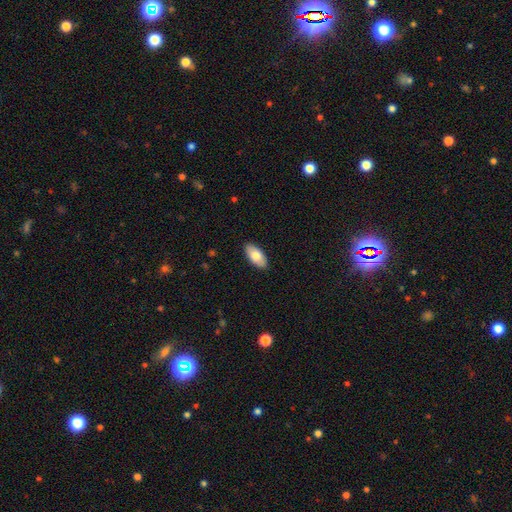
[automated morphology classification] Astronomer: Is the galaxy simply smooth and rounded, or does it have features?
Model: smooth — 76%.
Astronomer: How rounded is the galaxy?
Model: in between — 93%.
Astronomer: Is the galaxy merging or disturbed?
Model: none — 90%.